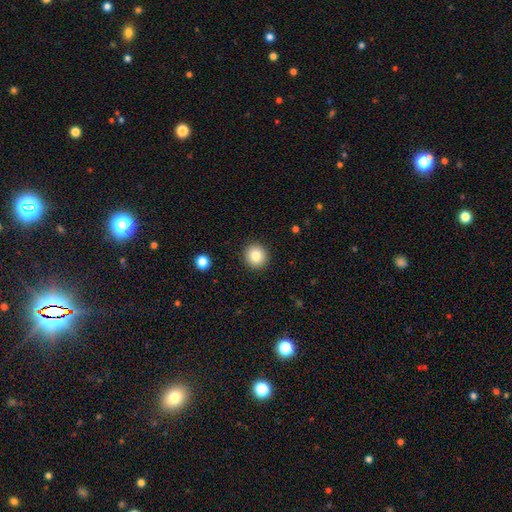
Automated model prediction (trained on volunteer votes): A smooth galaxy with no disk features (81%) that is round (93%). Merging: none (92%).